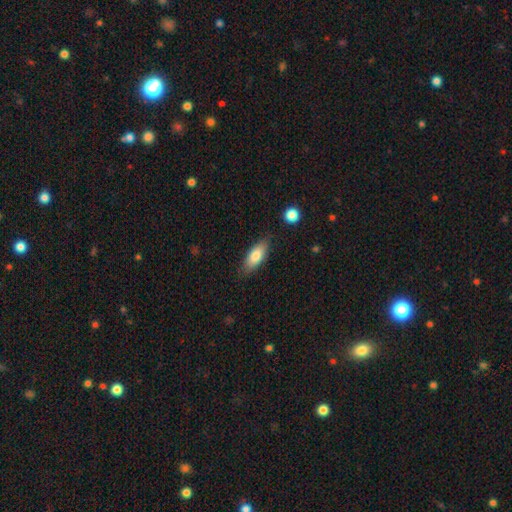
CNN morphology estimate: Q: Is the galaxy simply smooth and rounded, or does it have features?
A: smooth — 79%.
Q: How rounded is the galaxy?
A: in between — 76%.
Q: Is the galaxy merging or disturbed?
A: none — 81%.